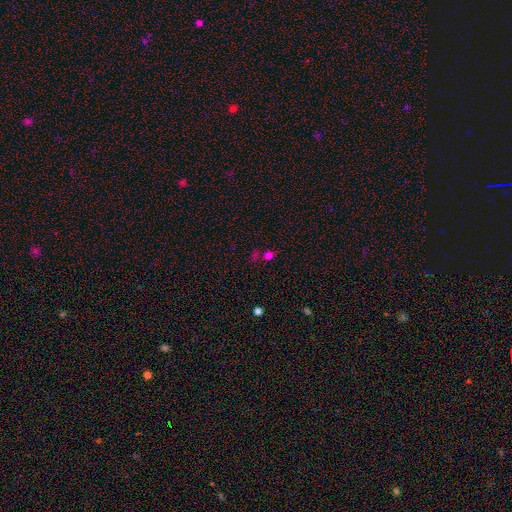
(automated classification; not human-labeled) Smooth or featured? Predicted: smooth (p=0.51). How rounded? Predicted: round (p=0.63). Merging? Predicted: none (p=0.56).